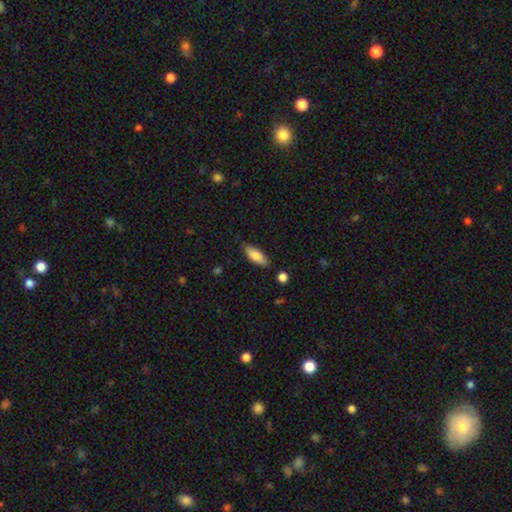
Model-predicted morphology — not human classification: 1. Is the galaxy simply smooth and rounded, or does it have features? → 84% smooth, 10% featured or disk, 6% star or artifact.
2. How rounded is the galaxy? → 70% in between, 28% cigar-shaped, 2% round.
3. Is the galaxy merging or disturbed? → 83% none, 12% minor disturbance, 2% major disturbance, 2% merger.